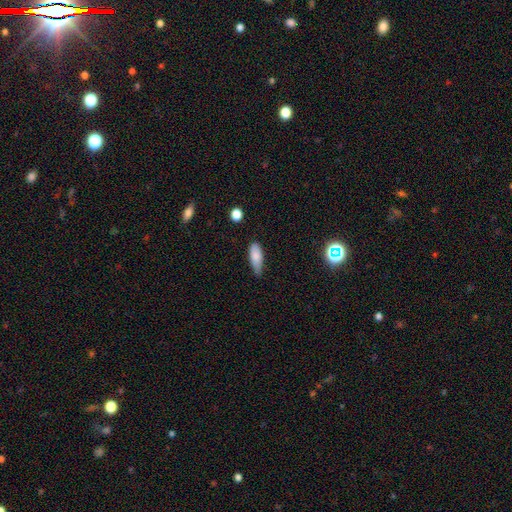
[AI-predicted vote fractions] Smooth or featured? Predicted: smooth (p=0.83). How rounded? Predicted: in between (p=0.72). Merging? Predicted: none (p=0.55).